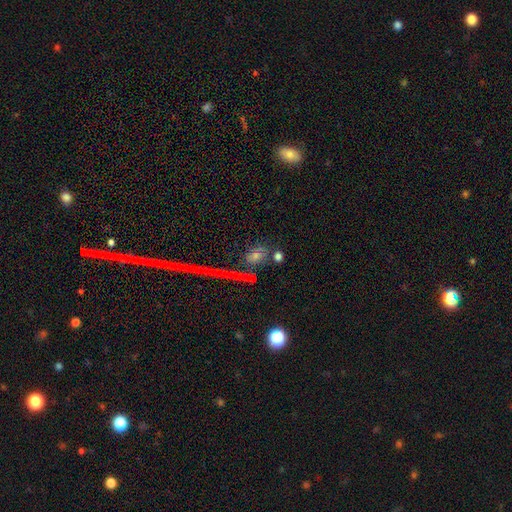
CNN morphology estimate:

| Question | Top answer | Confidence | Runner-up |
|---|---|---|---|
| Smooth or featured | smooth | 46% | star or artifact (30%) |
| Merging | none | 70% | minor disturbance (13%) |